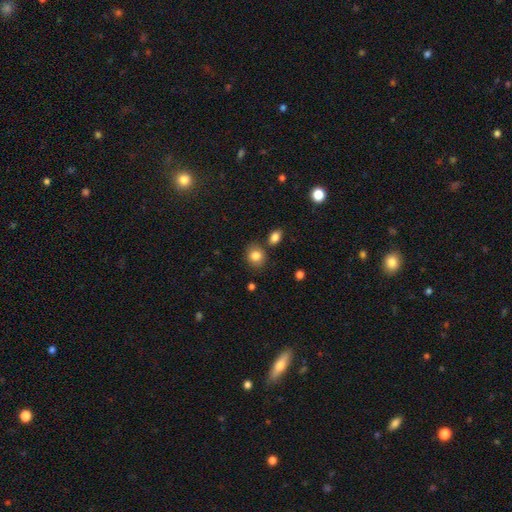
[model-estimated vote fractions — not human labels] Smooth or featured? Predicted: smooth (p=0.84). How rounded? Predicted: round (p=0.69). Merging? Predicted: none (p=0.78).